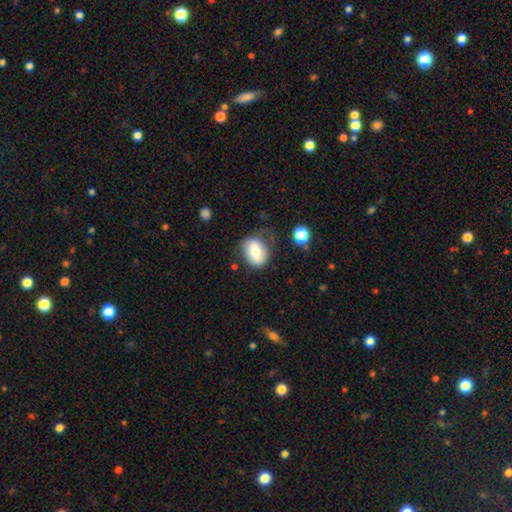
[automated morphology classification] smooth-or-featured: smooth: 63% | featured or disk: 29% | star or artifact: 8%
  how-rounded: in between: 60% | round: 38% | cigar-shaped: 1%
  merging: none: 49% | minor disturbance: 29% | major disturbance: 17% | merger: 4%